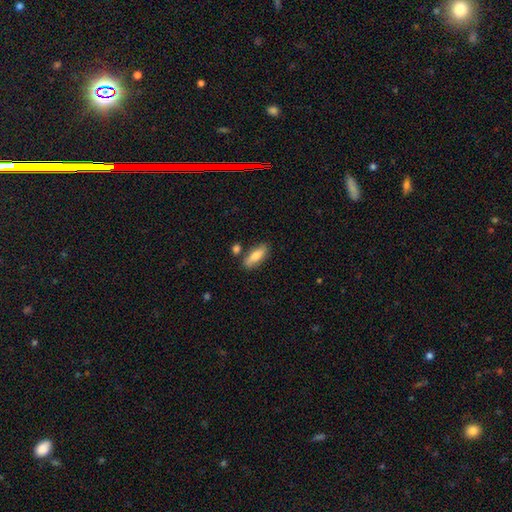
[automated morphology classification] A smooth galaxy with no disk features (73%) that is in between round and cigar-shaped (64%). Merging: none (79%).